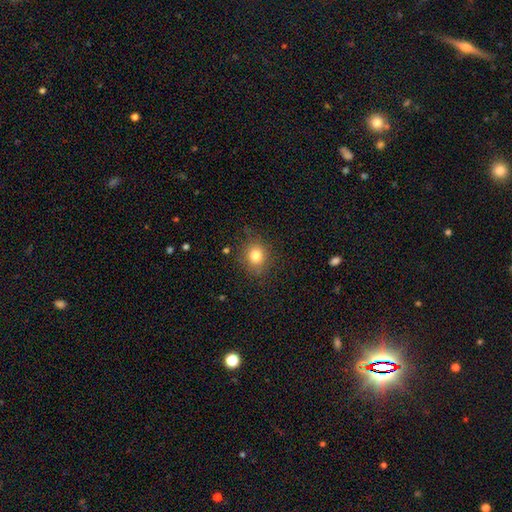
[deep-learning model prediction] The model was most divided on "how rounded": round: 76%, in between: 23%, cigar-shaped: 1%. More confident: merging — none (83%); smooth or featured — smooth (80%).